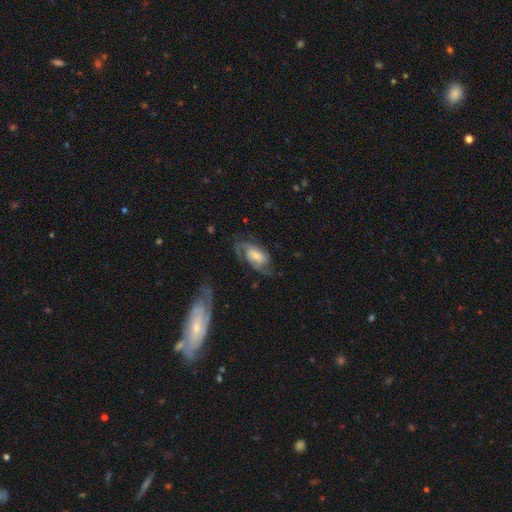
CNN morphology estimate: smooth-or-featured: featured or disk: 74% | smooth: 19% | star or artifact: 6%
  disk-edge-on: no: 95% | yes: 5%
    bar: no: 44% | weak: 43% | strong: 14%
    has-spiral-arms: yes: 93% | no: 7%
      spiral-winding: medium: 48% | tight: 34% | loose: 18%
      spiral-arm-count: 2: 63% | can't tell: 16% | 3: 11% | 1: 4% | 4: 3% | more than 4: 2%
    bulge-size: moderate: 34% | small: 32% | large: 19% | none: 12% | dominant: 3%
  merging: none: 61% | minor disturbance: 21% | major disturbance: 16% | merger: 2%